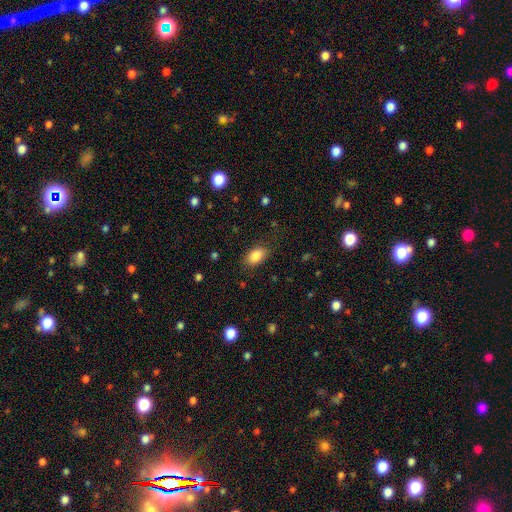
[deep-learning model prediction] smooth 86%, star or artifact 8%, featured or disk 6%. Down the decision tree: how rounded — in between (90%); merging — none (82%).